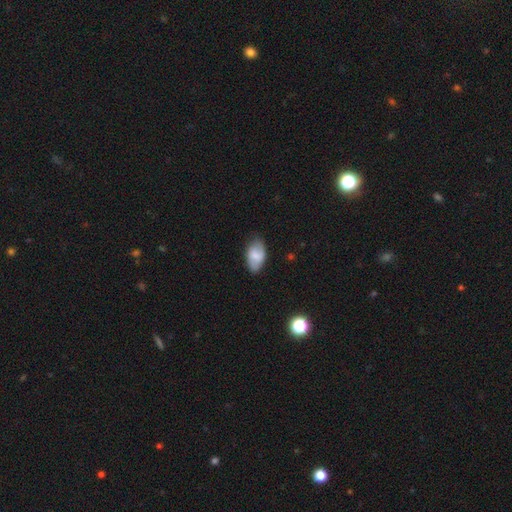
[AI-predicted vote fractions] Morphology: type=smooth (67%); roundness=in between (92%); merging=none (71%).